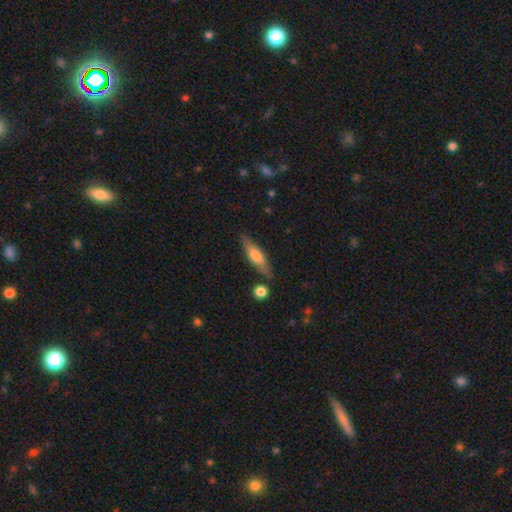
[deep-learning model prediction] Smooth or featured? Predicted: smooth (p=0.50). How rounded? Predicted: cigar-shaped (p=0.66). Merging? Predicted: none (p=0.80).